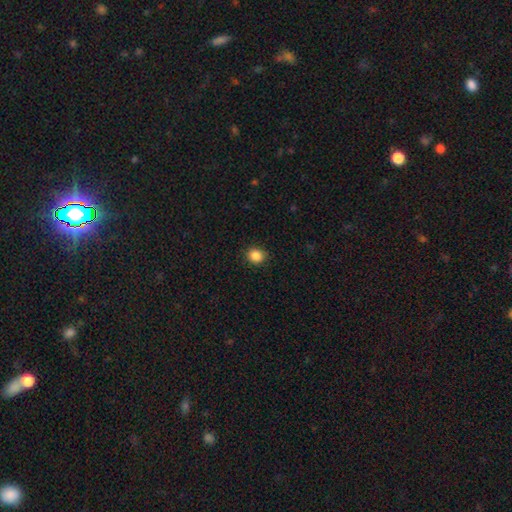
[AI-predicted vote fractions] Smooth or featured? smooth (87%)
How rounded? round (80%)
Merging? none (90%)